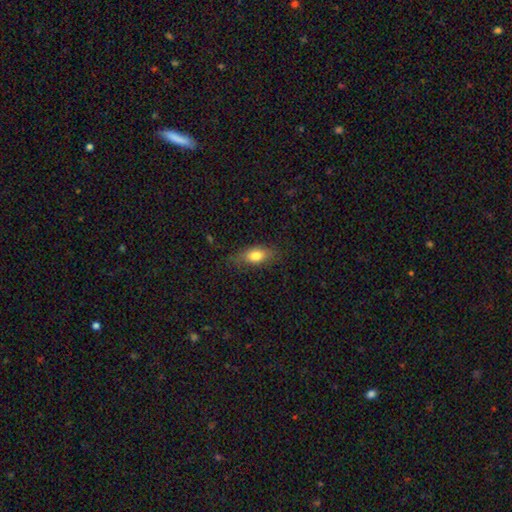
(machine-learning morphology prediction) A smooth galaxy with no disk features (76%) that is in between round and cigar-shaped (80%).

Vote fractions:
- Smooth or featured? smooth: 76% / featured or disk: 15% / star or artifact: 8%
- How rounded? in between: 80% / cigar-shaped: 12% / round: 8%
- Merging? none: 73% / minor disturbance: 21% / major disturbance: 5% / merger: 1%